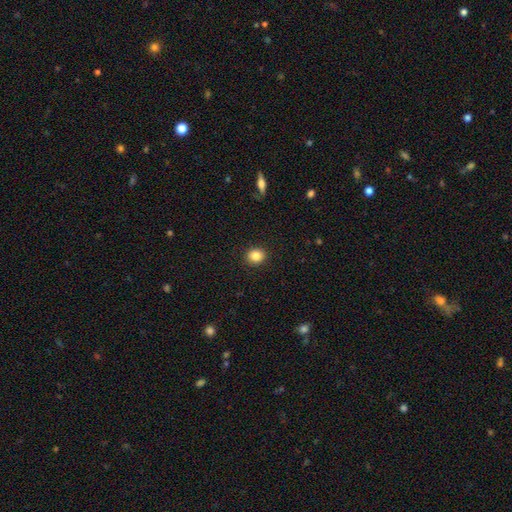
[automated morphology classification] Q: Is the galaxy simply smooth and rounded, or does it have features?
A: smooth — 86%.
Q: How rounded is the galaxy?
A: round — 77%.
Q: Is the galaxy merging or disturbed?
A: none — 91%.